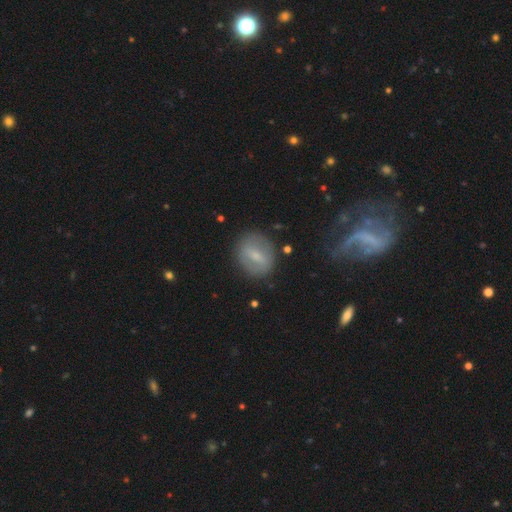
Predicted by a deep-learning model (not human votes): Morphology: type=smooth (51%); roundness=round (50%); merging=none (82%).